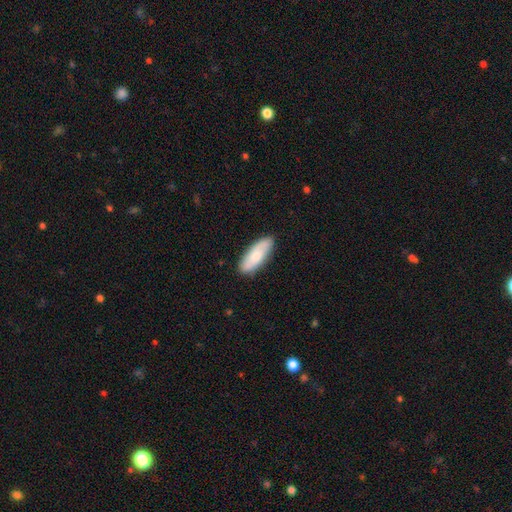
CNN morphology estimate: type=smooth (72%); roundness=in between (69%); merging=none (85%).